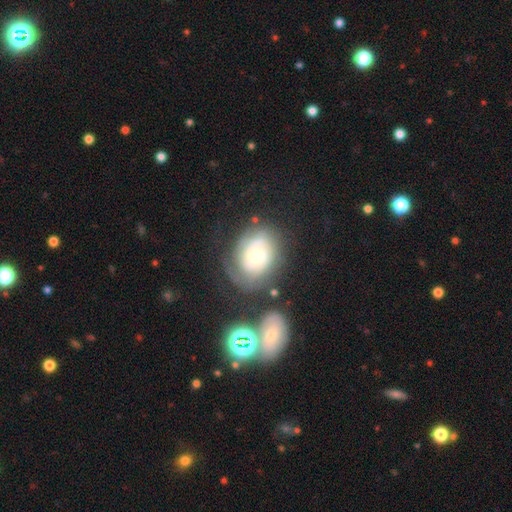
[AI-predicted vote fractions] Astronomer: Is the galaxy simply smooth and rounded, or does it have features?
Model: featured or disk — 62%.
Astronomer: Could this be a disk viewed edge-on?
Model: no — 96%.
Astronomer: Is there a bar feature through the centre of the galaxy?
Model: no — 80%.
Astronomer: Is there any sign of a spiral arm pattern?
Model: yes — 77%.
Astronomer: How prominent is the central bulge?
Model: moderate — 51% (runner-up: small, 39%).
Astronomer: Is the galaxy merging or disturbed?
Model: none — 56%.